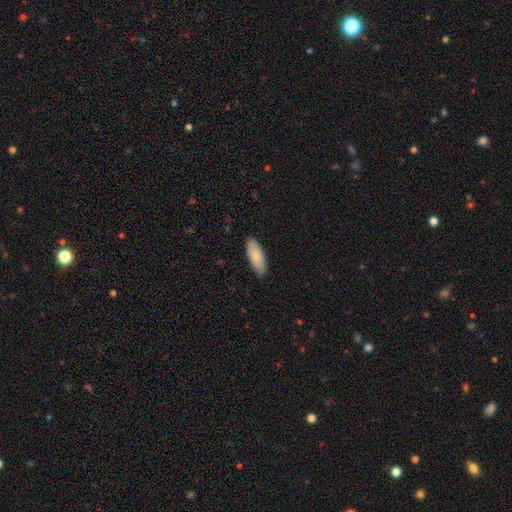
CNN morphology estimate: Smooth or featured? smooth (86%)
How rounded? in between (72%)
Merging? none (89%)